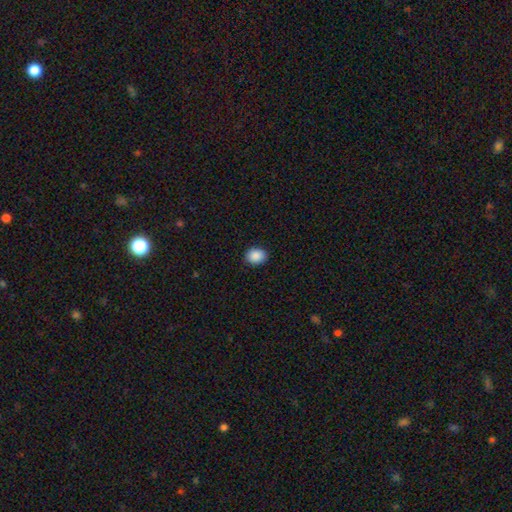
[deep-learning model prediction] Smooth or featured?
  - smooth: 89% *
  - star or artifact: 8%
  - featured or disk: 3%
How rounded?
  - in between: 50% *
  - round: 49%
  - cigar-shaped: 1%
Merging?
  - none: 90% *
  - minor disturbance: 8%
  - major disturbance: 2%
  - merger: 1%